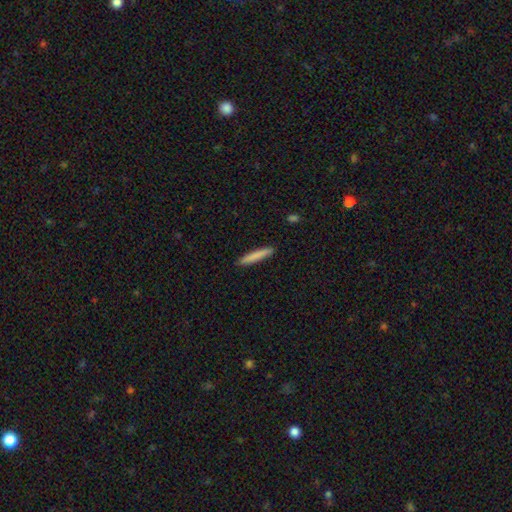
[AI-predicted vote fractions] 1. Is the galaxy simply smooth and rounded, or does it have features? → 82% smooth, 12% featured or disk, 6% star or artifact.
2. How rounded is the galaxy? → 94% cigar-shaped, 5% in between, 1% round.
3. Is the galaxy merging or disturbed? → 90% none, 7% minor disturbance, 1% major disturbance, 1% merger.